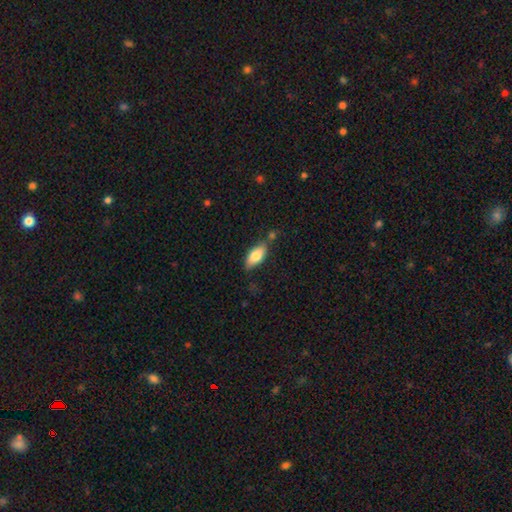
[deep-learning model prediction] The model was most divided on "merging": none: 69%, minor disturbance: 19%, merger: 8%, major disturbance: 4%. More confident: how rounded — in between (86%); smooth or featured — smooth (79%).